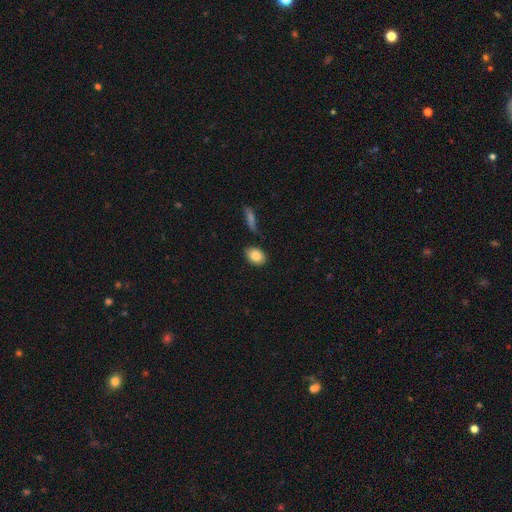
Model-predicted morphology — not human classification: This appears to be a smooth galaxy with no disk features (84%) that is in between round and cigar-shaped (77%). Merging: none (84%).